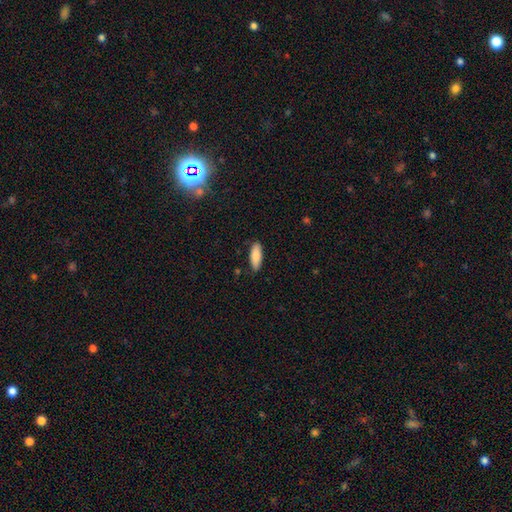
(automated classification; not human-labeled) smooth-or-featured: smooth: 87% | featured or disk: 8% | star or artifact: 6%
  how-rounded: in between: 68% | cigar-shaped: 30% | round: 2%
  merging: none: 85% | minor disturbance: 12% | major disturbance: 2% | merger: 1%